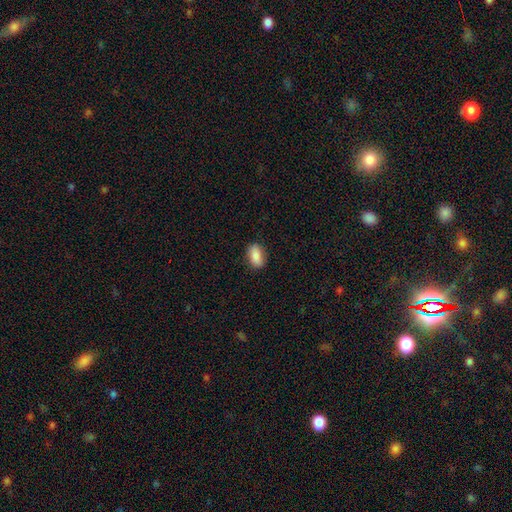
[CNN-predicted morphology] type=smooth (87%); roundness=in between (89%); merging=none (86%).